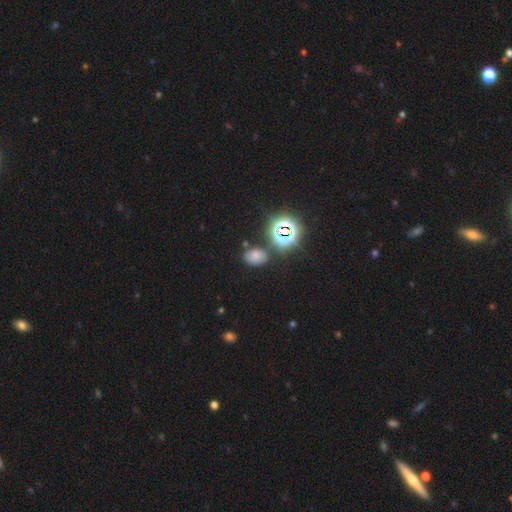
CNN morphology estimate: Q: Smooth or featured?
A: smooth (59%); runner-up: star or artifact (31%)
Q: How rounded?
A: in between (74%); runner-up: round (25%)
Q: Merging?
A: none (72%); runner-up: minor disturbance (16%)